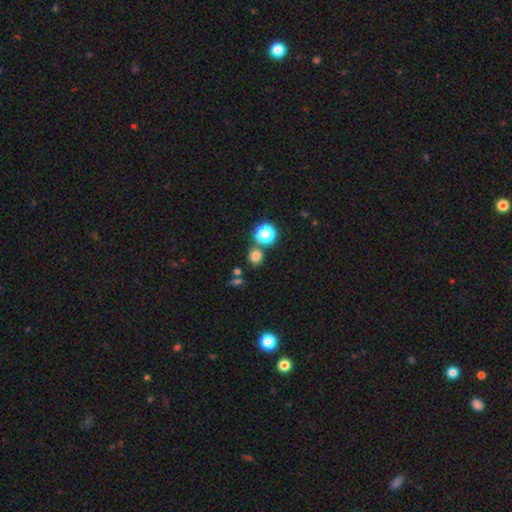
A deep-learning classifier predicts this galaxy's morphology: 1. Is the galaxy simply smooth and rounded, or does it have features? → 73% smooth, 21% star or artifact, 6% featured or disk.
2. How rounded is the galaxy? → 85% round, 14% in between, 1% cigar-shaped.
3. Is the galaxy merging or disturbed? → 76% none, 13% merger, 8% minor disturbance, 3% major disturbance.